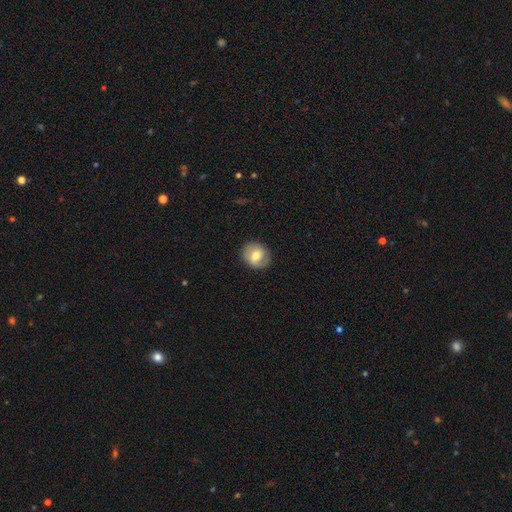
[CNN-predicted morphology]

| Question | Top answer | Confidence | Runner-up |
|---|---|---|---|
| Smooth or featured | smooth | 64% | featured or disk (28%) |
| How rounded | round | 72% | in between (27%) |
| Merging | none | 84% | minor disturbance (11%) |